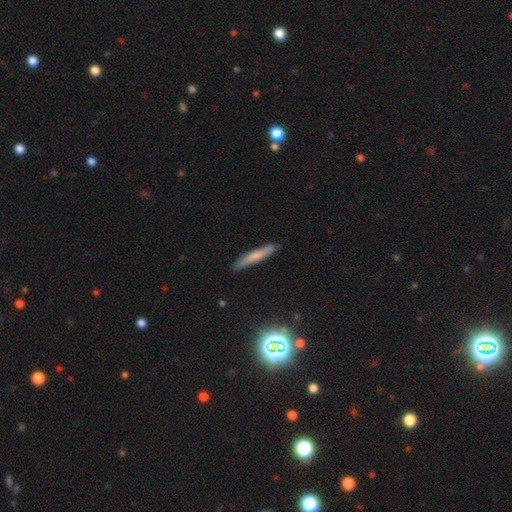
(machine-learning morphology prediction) smooth-or-featured: smooth: 63% | featured or disk: 27% | star or artifact: 10%
  how-rounded: cigar-shaped: 94% | in between: 5% | round: 2%
  merging: none: 87% | minor disturbance: 9% | major disturbance: 2% | merger: 1%